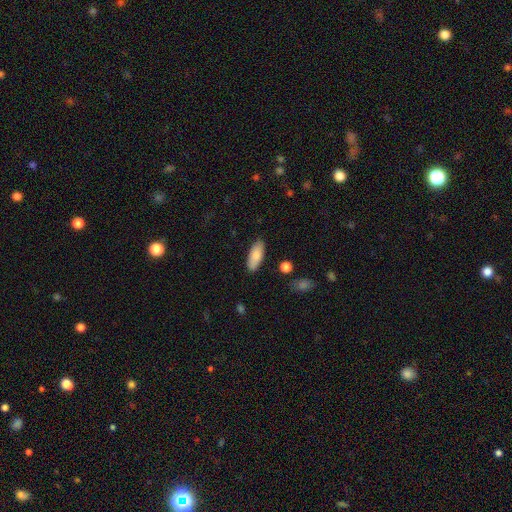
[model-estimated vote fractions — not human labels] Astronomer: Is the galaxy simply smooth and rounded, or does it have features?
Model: smooth — 84%.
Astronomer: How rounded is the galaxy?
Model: in between — 78%.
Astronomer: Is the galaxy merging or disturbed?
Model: none — 87%.